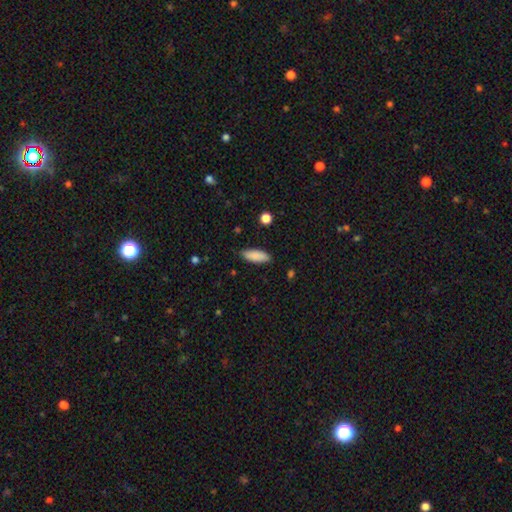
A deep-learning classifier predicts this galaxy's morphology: Smooth or featured?
  - smooth: 88% *
  - star or artifact: 6%
  - featured or disk: 5%
How rounded?
  - in between: 68% *
  - cigar-shaped: 30%
  - round: 2%
Merging?
  - none: 86% *
  - minor disturbance: 10%
  - major disturbance: 2%
  - merger: 1%